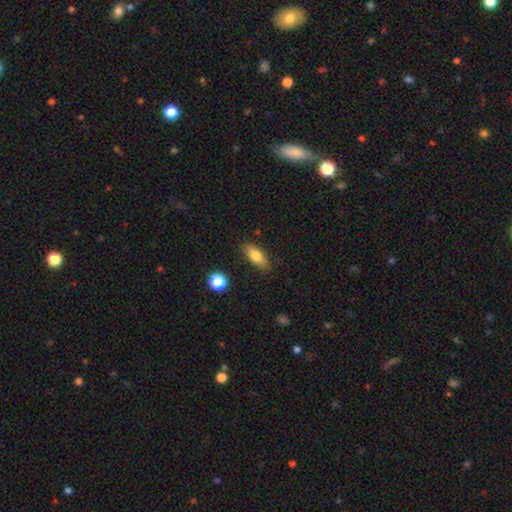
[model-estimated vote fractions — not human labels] smooth-or-featured: smooth: 79% | featured or disk: 13% | star or artifact: 8%
  how-rounded: in between: 78% | cigar-shaped: 18% | round: 4%
  merging: none: 84% | minor disturbance: 12% | major disturbance: 3% | merger: 2%